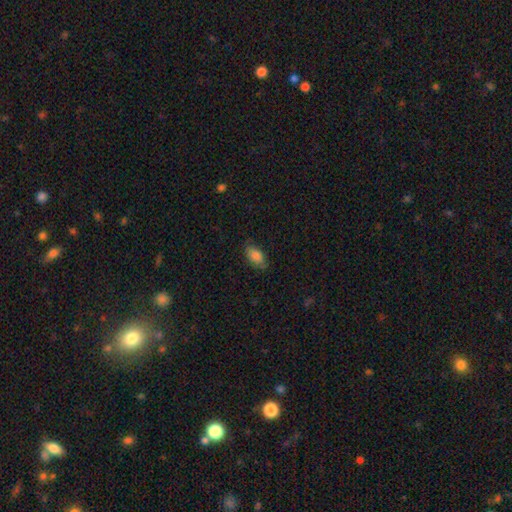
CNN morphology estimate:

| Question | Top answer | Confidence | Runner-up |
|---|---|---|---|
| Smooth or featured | smooth | 85% | featured or disk (8%) |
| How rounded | in between | 91% | cigar-shaped (5%) |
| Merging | none | 77% | minor disturbance (18%) |